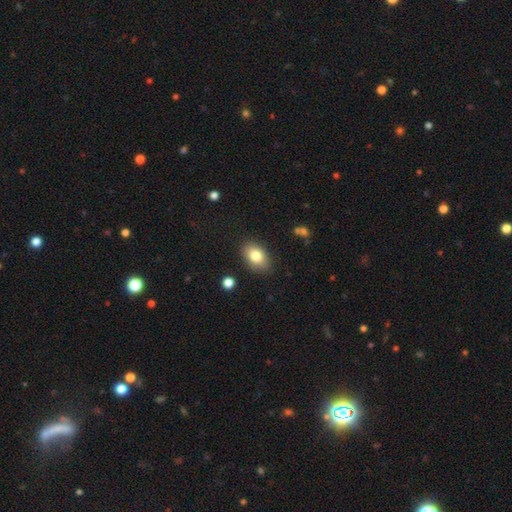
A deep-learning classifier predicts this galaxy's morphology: type=smooth (81%); roundness=in between (85%); merging=none (85%).